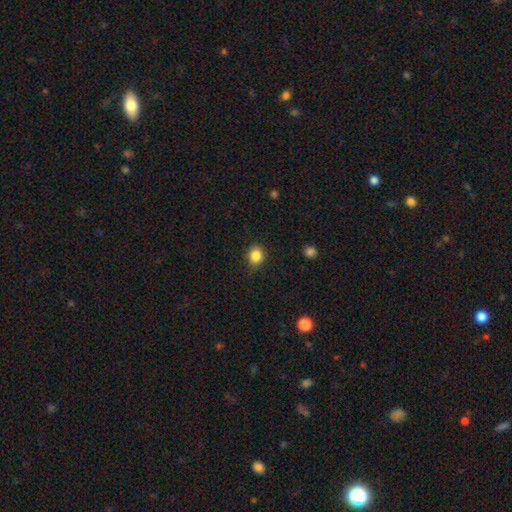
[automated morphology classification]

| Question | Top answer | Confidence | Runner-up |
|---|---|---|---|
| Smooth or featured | smooth | 85% | star or artifact (10%) |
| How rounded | round | 71% | in between (28%) |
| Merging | none | 85% | minor disturbance (11%) |